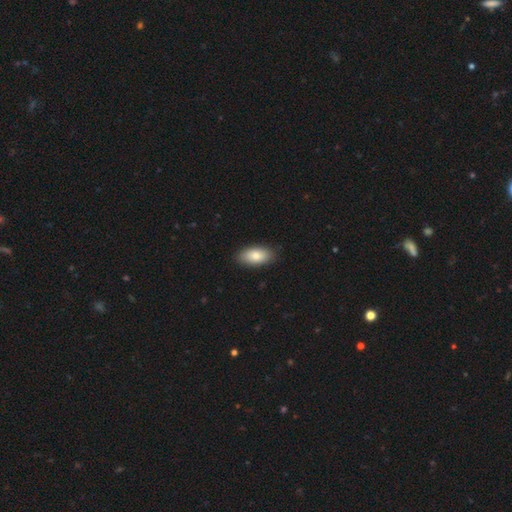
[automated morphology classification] Overall: smooth (82%). How rounded: in between (92%). Merging: none (87%).